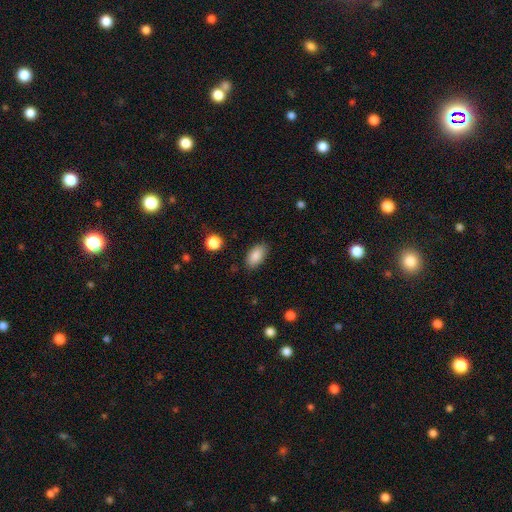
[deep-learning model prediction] smooth-or-featured: smooth: 87% | star or artifact: 7% | featured or disk: 6%
  how-rounded: in between: 93% | round: 4% | cigar-shaped: 3%
  merging: none: 85% | minor disturbance: 11% | major disturbance: 3% | merger: 1%